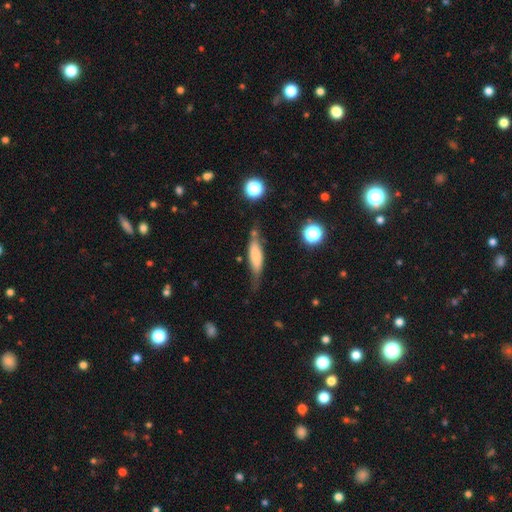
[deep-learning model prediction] Smooth or featured? smooth (60%)
How rounded? cigar-shaped (62%)
Merging? none (56%)